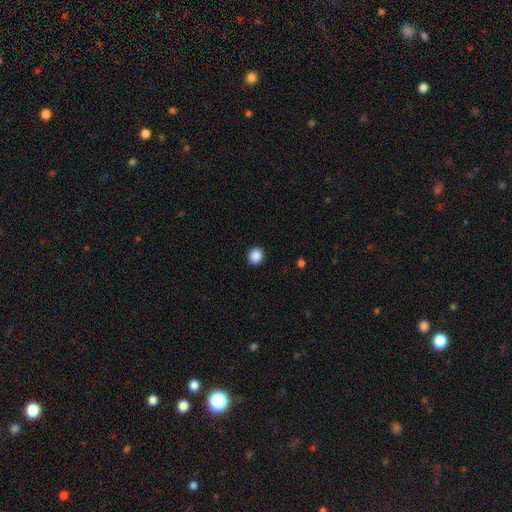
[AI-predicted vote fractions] Morphology: type=smooth (88%); roundness=round (84%); merging=none (92%).